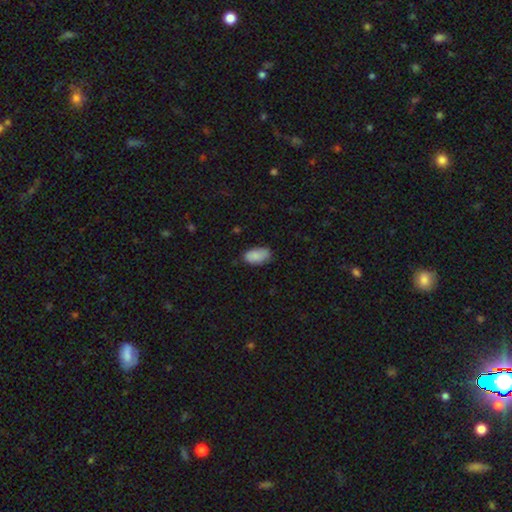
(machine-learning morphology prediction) Q: Smooth or featured?
A: smooth (86%); runner-up: star or artifact (7%)
Q: How rounded?
A: in between (94%); runner-up: round (4%)
Q: Merging?
A: none (71%); runner-up: minor disturbance (23%)